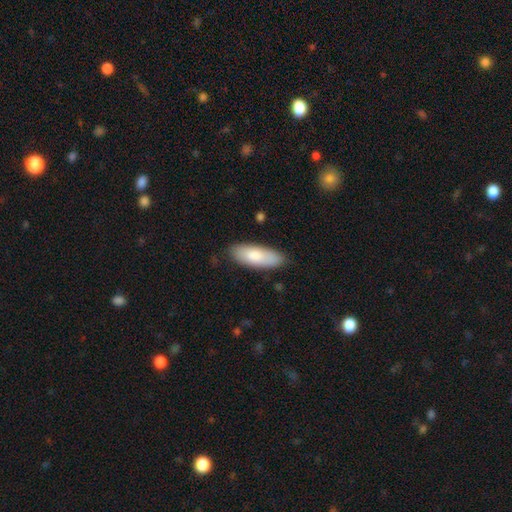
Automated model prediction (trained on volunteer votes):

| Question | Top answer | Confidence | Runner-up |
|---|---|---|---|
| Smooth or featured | smooth | 83% | featured or disk (12%) |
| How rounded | in between | 74% | cigar-shaped (24%) |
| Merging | none | 83% | minor disturbance (13%) |